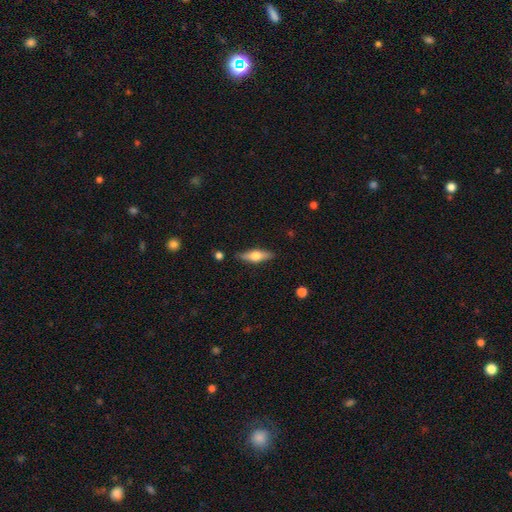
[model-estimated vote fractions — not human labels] This is possibly a smooth galaxy (48%). Merging: clearly none (86%).